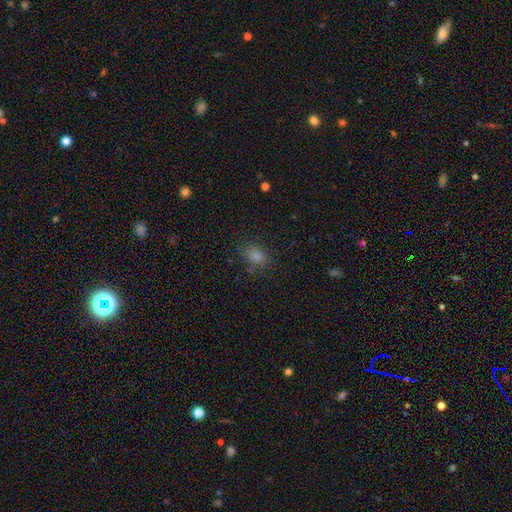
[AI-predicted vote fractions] A smooth galaxy with no disk features (75%) that is in between round and cigar-shaped (59%).

Vote fractions:
- Smooth or featured? smooth: 75% / star or artifact: 19% / featured or disk: 6%
- How rounded? in between: 59% / round: 39% / cigar-shaped: 2%
- Merging? none: 83% / minor disturbance: 12% / major disturbance: 3% / merger: 2%